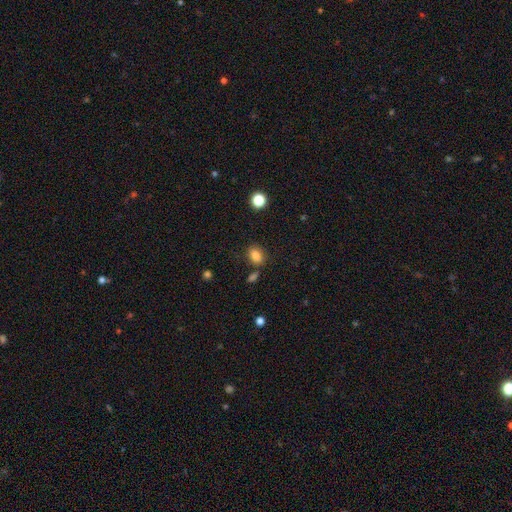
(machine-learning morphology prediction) A smooth galaxy with no disk features (83%) that is in between round and cigar-shaped (68%).

Vote fractions:
- Smooth or featured? smooth: 83% / star or artifact: 11% / featured or disk: 6%
- How rounded? in between: 68% / round: 31% / cigar-shaped: 1%
- Merging? none: 77% / minor disturbance: 12% / merger: 7% / major disturbance: 4%